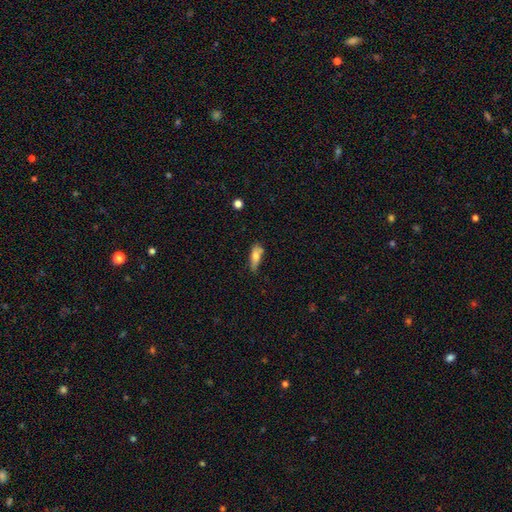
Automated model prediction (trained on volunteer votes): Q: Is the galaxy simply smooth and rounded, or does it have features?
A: smooth — 70%.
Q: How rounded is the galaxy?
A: in between — 57%.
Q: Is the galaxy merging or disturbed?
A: none — 50%.